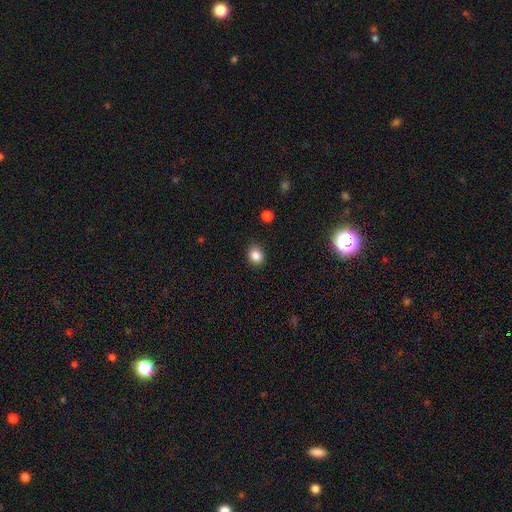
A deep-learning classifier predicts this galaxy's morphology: This is clearly a smooth galaxy (85%). How rounded: possibly round (53%). Merging: clearly none (88%).